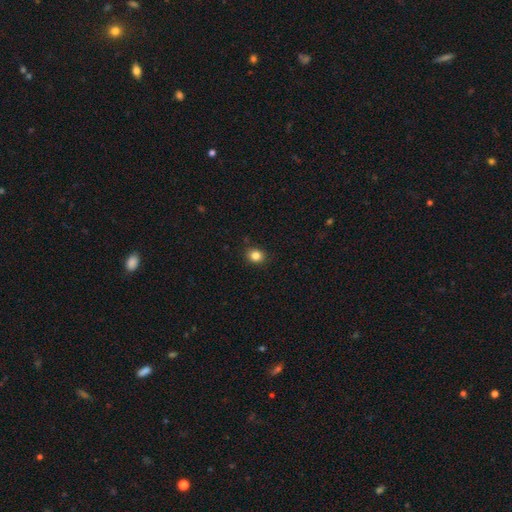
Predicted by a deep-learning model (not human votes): The model was most divided on "how rounded": round: 61%, in between: 38%, cigar-shaped: 1%. More confident: merging — none (88%); smooth or featured — smooth (84%).